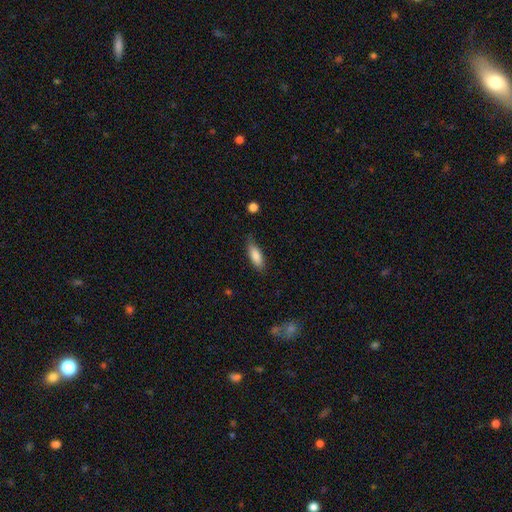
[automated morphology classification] smooth-or-featured: smooth: 83% | featured or disk: 10% | star or artifact: 6%
  how-rounded: in between: 67% | cigar-shaped: 31% | round: 2%
  merging: none: 74% | minor disturbance: 20% | major disturbance: 4% | merger: 2%